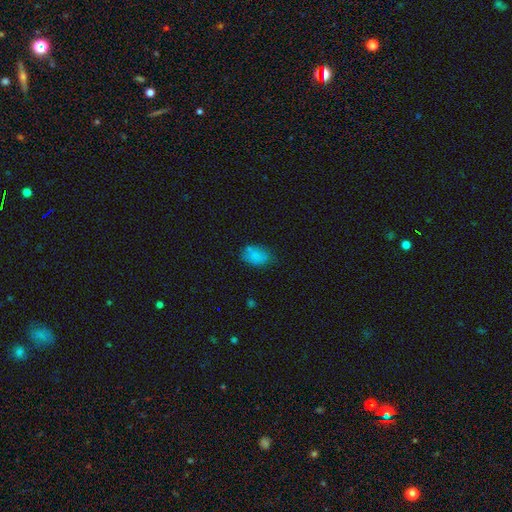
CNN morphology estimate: smooth_or_featured: smooth (p=0.81) [alt: star or artifact p=0.10]
how_rounded: in between (p=0.87) [alt: round p=0.12]
merging: none (p=0.66) [alt: minor disturbance p=0.23]